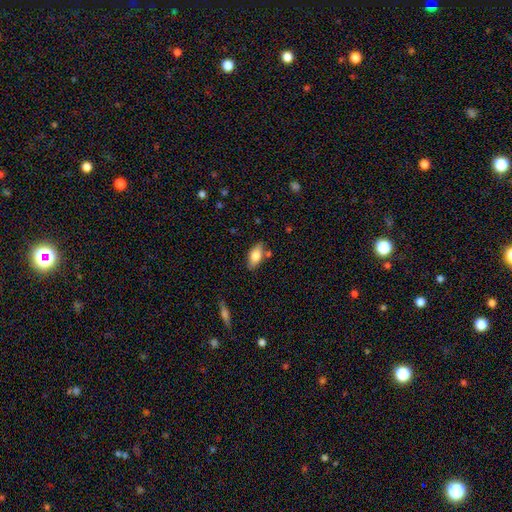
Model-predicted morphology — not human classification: Overall: smooth (77%). How rounded: in between (89%). Merging: none (76%).